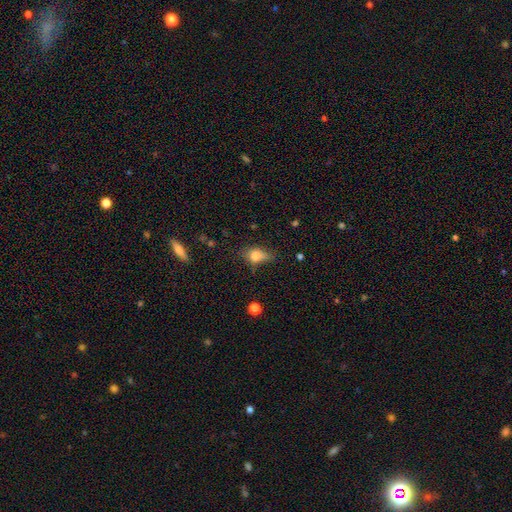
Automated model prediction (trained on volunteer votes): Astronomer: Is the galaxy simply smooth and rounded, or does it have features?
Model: smooth — 72%.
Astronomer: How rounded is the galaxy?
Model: in between — 73%.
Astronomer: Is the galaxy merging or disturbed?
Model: none — 48% (runner-up: minor disturbance, 33%).